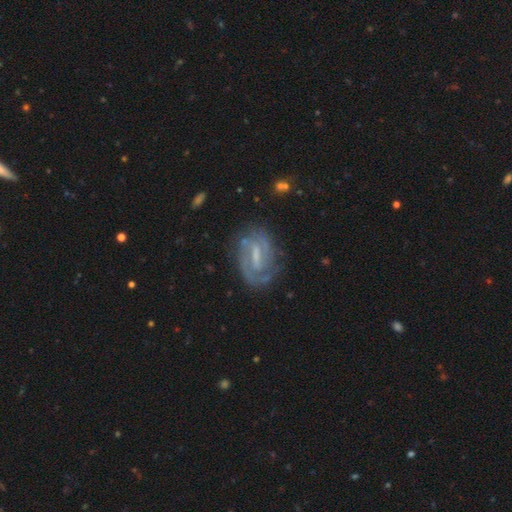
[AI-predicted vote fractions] smooth-or-featured: featured or disk: 83% | smooth: 11% | star or artifact: 7%
  disk-edge-on: no: 96% | yes: 4%
    bar: strong: 49% | weak: 42% | no: 10%
    has-spiral-arms: yes: 92% | no: 8%
      spiral-winding: tight: 50% | medium: 39% | loose: 11%
      spiral-arm-count: 2: 67% | can't tell: 18% | 3: 6% | 1: 5% | 4: 2% | more than 4: 2%
    bulge-size: small: 38% | none: 32% | moderate: 26% | large: 3% | dominant: 1%
  merging: none: 72% | minor disturbance: 18% | major disturbance: 8% | merger: 2%